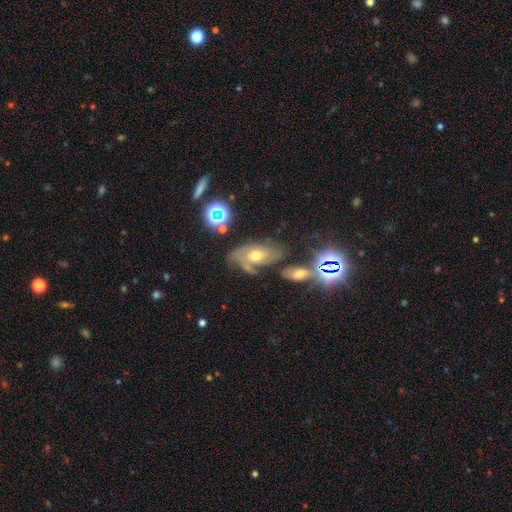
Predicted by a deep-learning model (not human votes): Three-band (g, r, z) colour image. It shows a featured or disk galaxy (51%). Merging: none (39%).